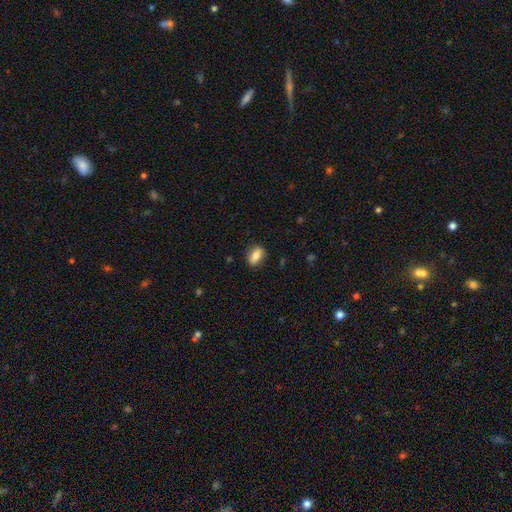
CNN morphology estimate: This is likely a smooth galaxy (78%). How rounded: likely in between (78%). Merging: clearly none (85%).